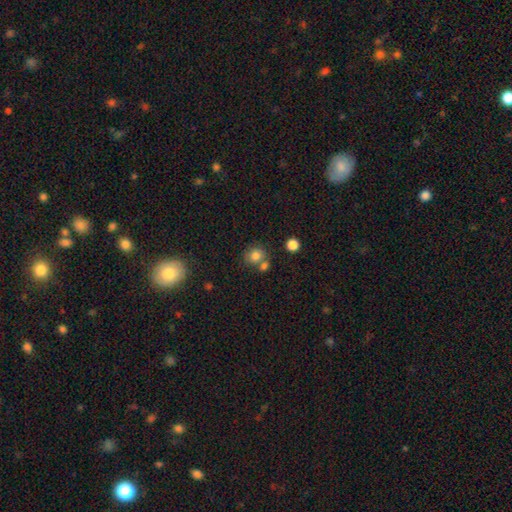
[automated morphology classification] Q: Smooth or featured?
A: smooth (80%); runner-up: star or artifact (12%)
Q: How rounded?
A: round (77%); runner-up: in between (22%)
Q: Merging?
A: none (57%); runner-up: merger (28%)